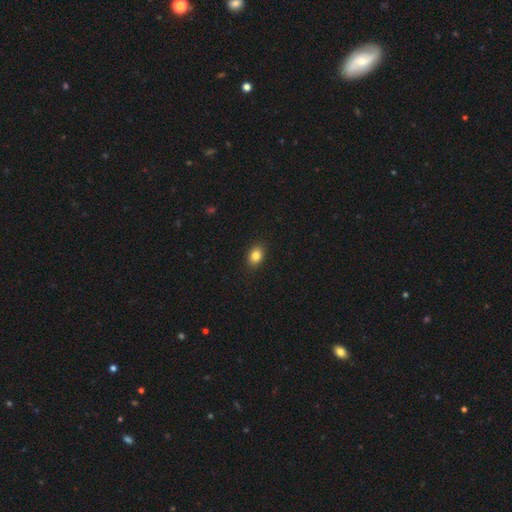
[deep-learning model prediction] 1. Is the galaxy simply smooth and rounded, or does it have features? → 84% smooth, 10% star or artifact, 7% featured or disk.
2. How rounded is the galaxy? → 71% in between, 27% round, 1% cigar-shaped.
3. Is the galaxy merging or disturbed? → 89% none, 8% minor disturbance, 2% major disturbance, 1% merger.